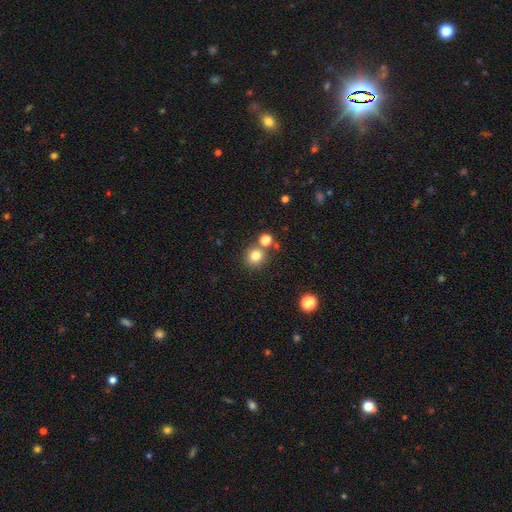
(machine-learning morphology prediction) Smooth or featured?
  - smooth: 79% *
  - star or artifact: 14%
  - featured or disk: 7%
How rounded?
  - round: 91% *
  - in between: 8%
  - cigar-shaped: 1%
Merging?
  - none: 72% *
  - merger: 17%
  - minor disturbance: 8%
  - major disturbance: 3%